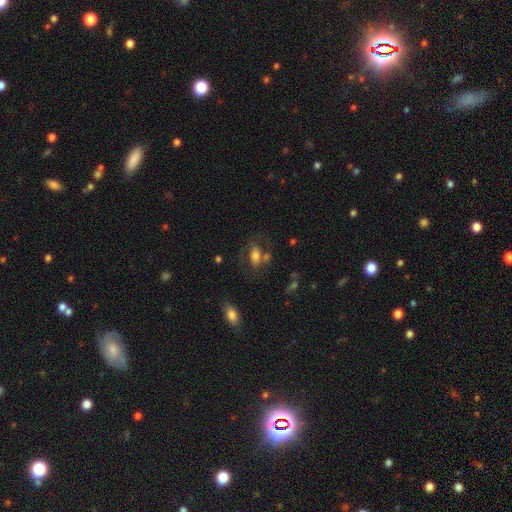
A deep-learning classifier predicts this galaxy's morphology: A smooth galaxy with no disk features (64%) that is in between round and cigar-shaped (85%).

Vote fractions:
- Smooth or featured? smooth: 64% / featured or disk: 26% / star or artifact: 10%
- How rounded? in between: 85% / round: 11% / cigar-shaped: 4%
- Merging? none: 53% / minor disturbance: 17% / merger: 17% / major disturbance: 13%